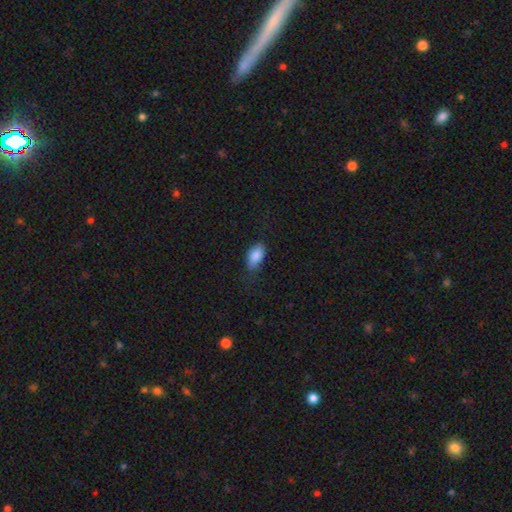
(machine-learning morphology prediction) smooth_or_featured: smooth (p=0.87) [alt: star or artifact p=0.07]
how_rounded: in between (p=0.91) [alt: round p=0.05]
merging: none (p=0.67) [alt: minor disturbance p=0.25]